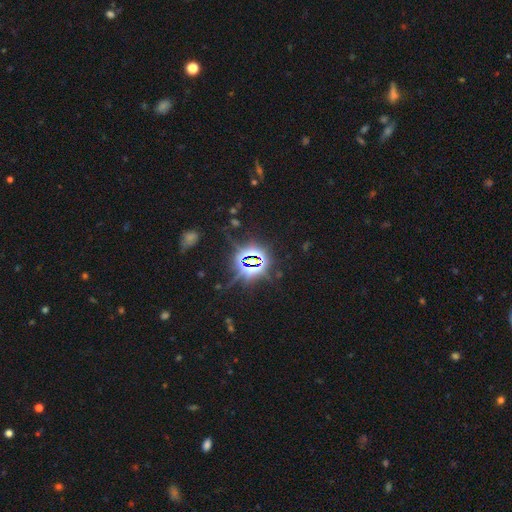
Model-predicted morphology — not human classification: Smooth or featured? star or artifact (83%)